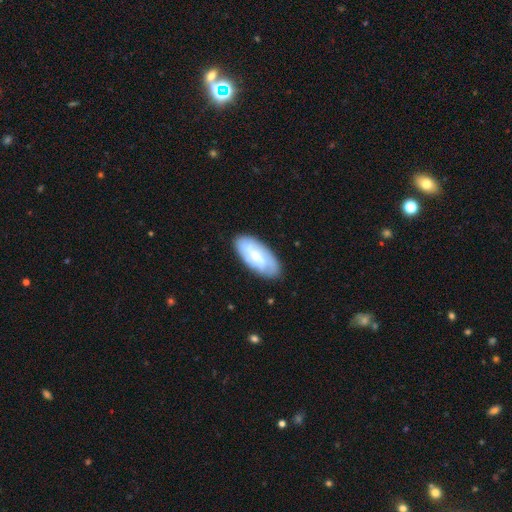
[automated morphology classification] Smooth or featured?
  - smooth: 51% *
  - featured or disk: 44%
  - star or artifact: 6%
How rounded?
  - in between: 87% *
  - cigar-shaped: 11%
  - round: 2%
Merging?
  - none: 81% *
  - minor disturbance: 14%
  - major disturbance: 3%
  - merger: 1%